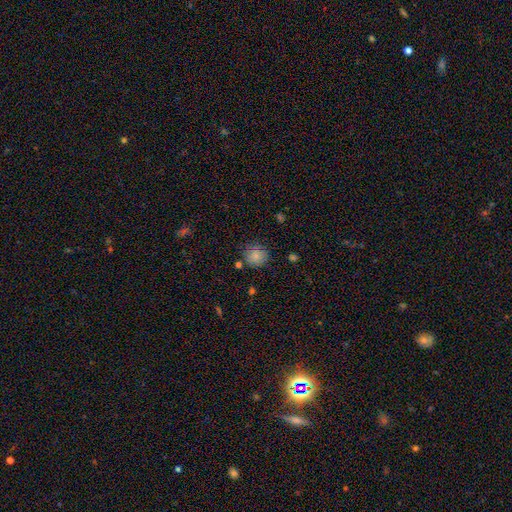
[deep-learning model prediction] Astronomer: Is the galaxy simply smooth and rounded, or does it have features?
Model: smooth — 82%.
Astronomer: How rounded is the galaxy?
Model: round — 90%.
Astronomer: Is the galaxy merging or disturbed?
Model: none — 80%.